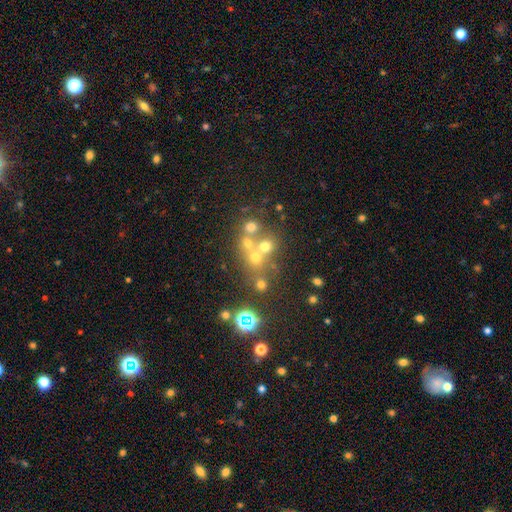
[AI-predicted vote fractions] Smooth or featured: smooth — 39% (star or artifact — 34%)
Merging: none — 45% (merger — 41%)